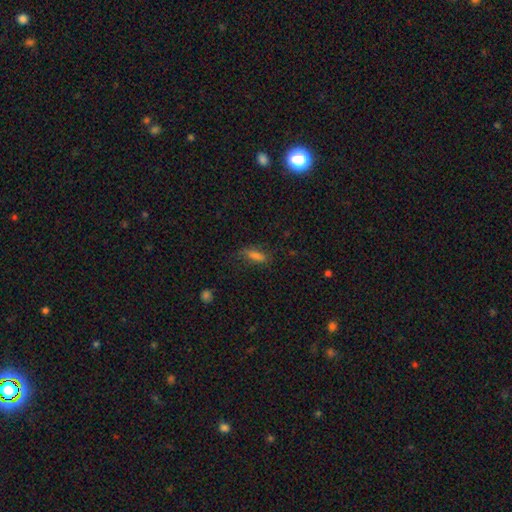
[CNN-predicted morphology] This appears to be a smooth galaxy with no disk features (74%) that is in between round and cigar-shaped (59%). Merging: none (65%).